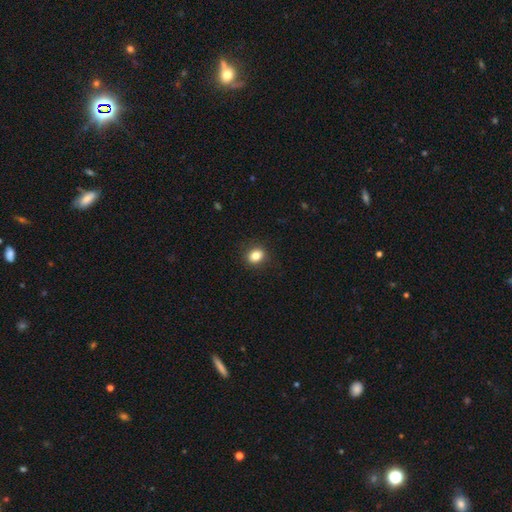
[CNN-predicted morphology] Smooth or featured: smooth — 83% (star or artifact — 10%)
How rounded: round — 57% (in between — 42%)
Merging: none — 89% (minor disturbance — 8%)